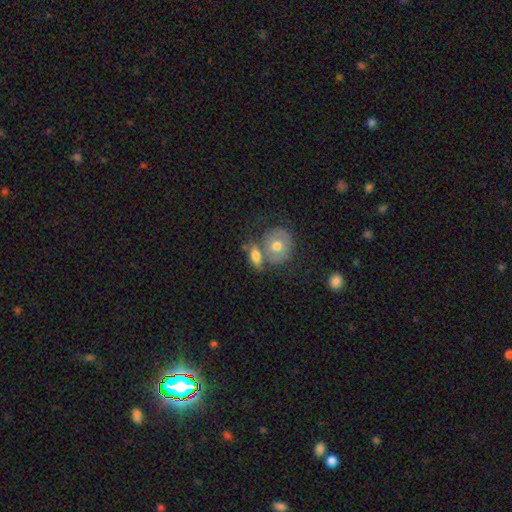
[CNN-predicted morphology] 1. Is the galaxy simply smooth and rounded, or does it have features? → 62% smooth, 31% featured or disk, 7% star or artifact.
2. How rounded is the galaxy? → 66% in between, 27% round, 8% cigar-shaped.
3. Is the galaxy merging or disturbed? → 43% none, 35% merger, 15% minor disturbance, 7% major disturbance.